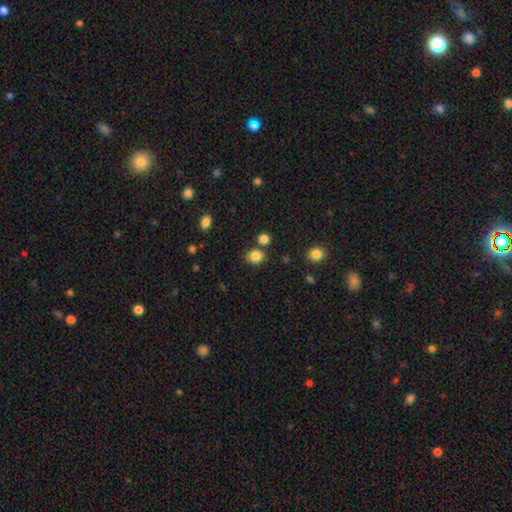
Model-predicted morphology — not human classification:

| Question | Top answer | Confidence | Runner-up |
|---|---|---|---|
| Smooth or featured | smooth | 84% | star or artifact (11%) |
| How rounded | round | 59% | in between (40%) |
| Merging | none | 73% | merger (13%) |